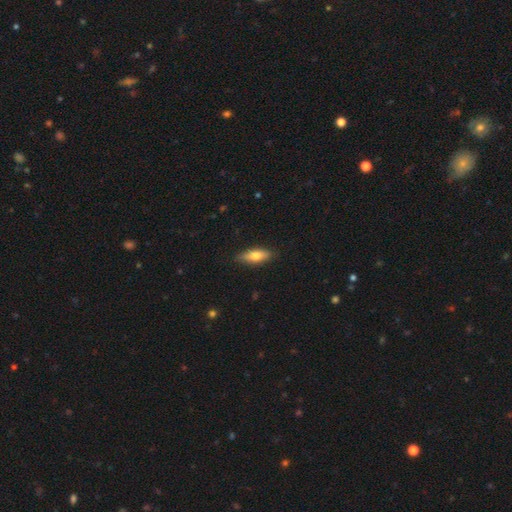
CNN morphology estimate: The model was most divided on "how rounded": in between: 62%, cigar-shaped: 35%, round: 3%. More confident: merging — none (86%); smooth or featured — smooth (69%).